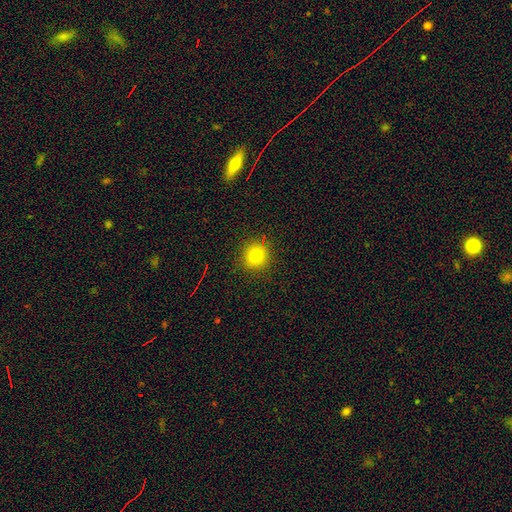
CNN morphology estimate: A smooth galaxy with no disk features (79%) that is round (92%). Merging: none (90%).